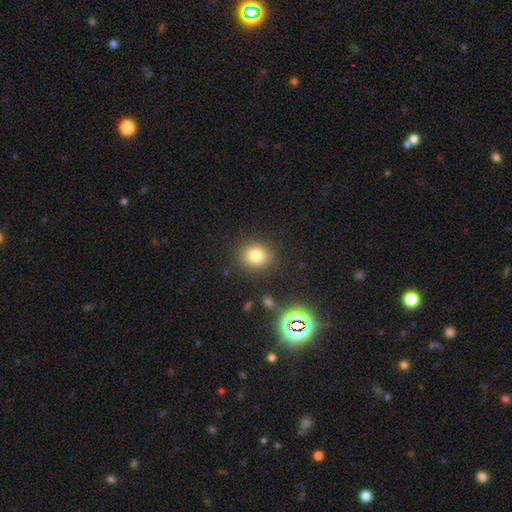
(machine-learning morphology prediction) Smooth or featured? Predicted: smooth (p=0.79). How rounded? Predicted: round (p=0.75). Merging? Predicted: none (p=0.85).